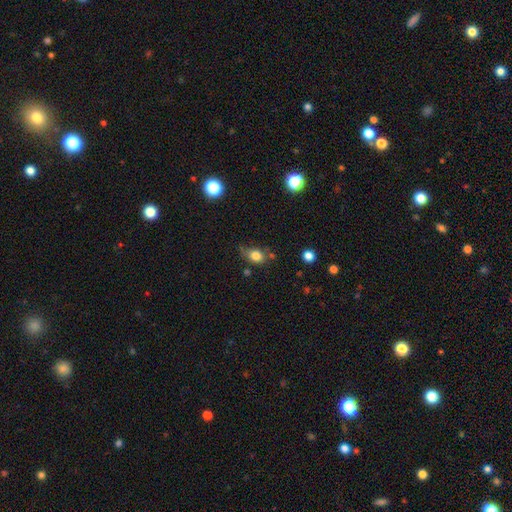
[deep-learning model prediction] smooth-or-featured: smooth: 80% | star or artifact: 10% | featured or disk: 10%
  how-rounded: in between: 62% | round: 36% | cigar-shaped: 2%
  merging: none: 52% | minor disturbance: 32% | major disturbance: 10% | merger: 6%